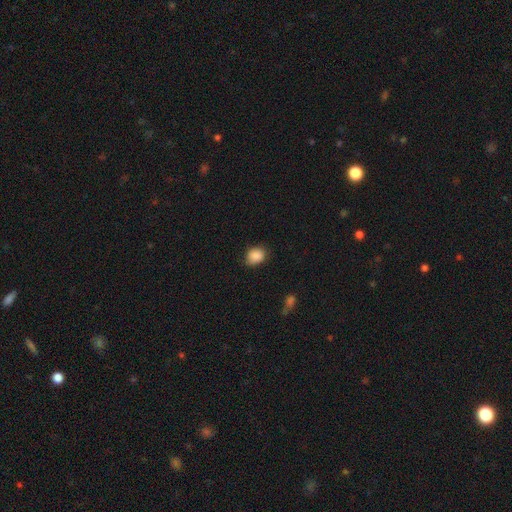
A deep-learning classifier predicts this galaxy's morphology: Smooth or featured? Predicted: smooth (p=0.88). How rounded? Predicted: round (p=0.56). Merging? Predicted: none (p=0.80).